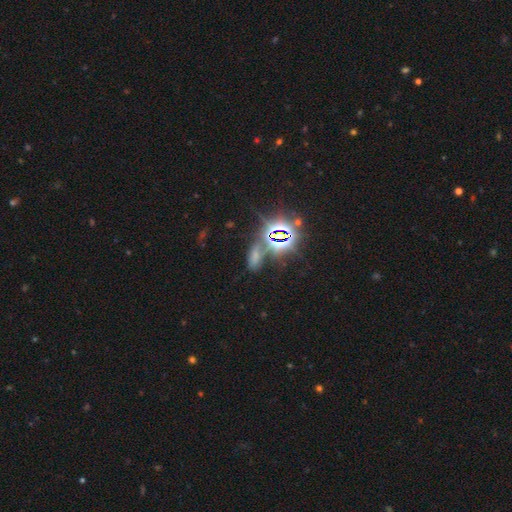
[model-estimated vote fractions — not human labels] Smooth or featured? star or artifact (56%)